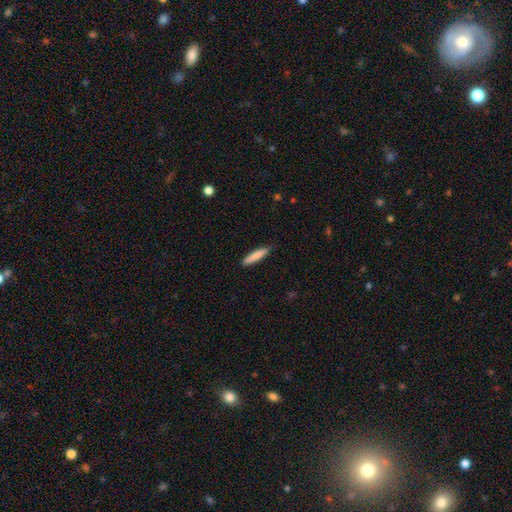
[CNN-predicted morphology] smooth-or-featured: smooth: 83% | featured or disk: 11% | star or artifact: 6%
  how-rounded: cigar-shaped: 87% | in between: 12% | round: 1%
  merging: none: 89% | minor disturbance: 8% | major disturbance: 2% | merger: 1%